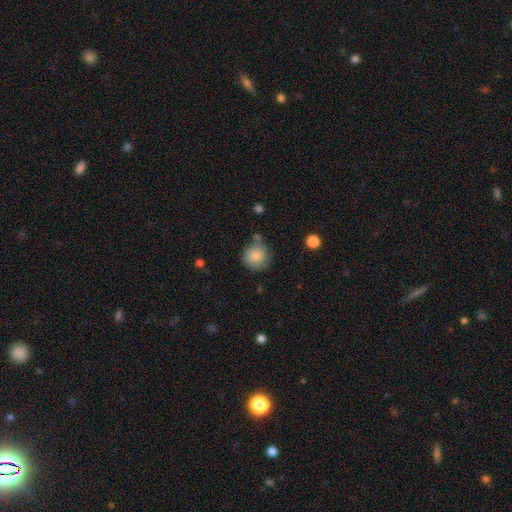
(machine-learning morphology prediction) This appears to be a smooth galaxy with no disk features (83%) that is round (91%). Merging: none (65%).